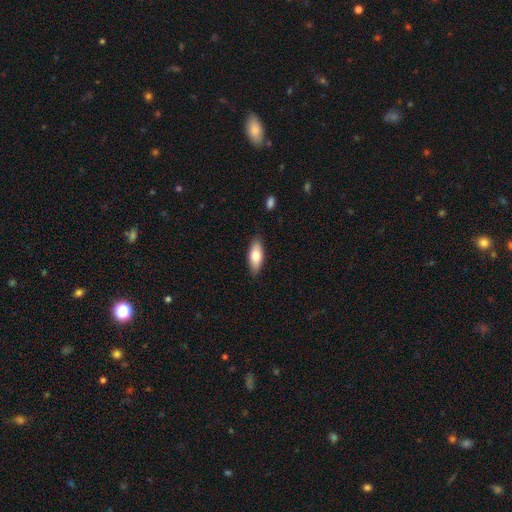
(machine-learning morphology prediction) A smooth galaxy with no disk features (76%) that is in between round and cigar-shaped (75%). Merging: none (86%).